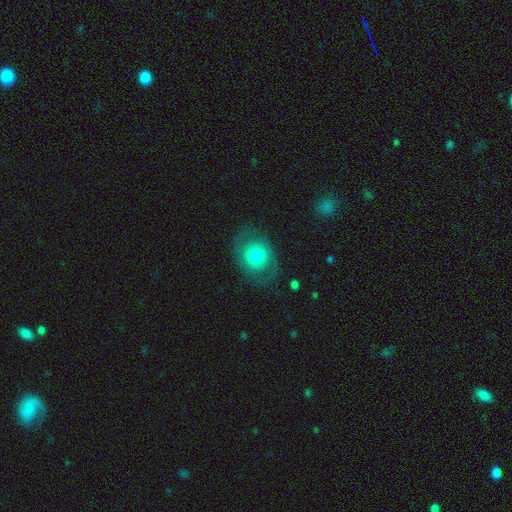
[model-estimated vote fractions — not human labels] Smooth or featured: featured or disk — 55% (smooth — 37%)
Edge-on disk: no — 96% (yes — 4%)
Bar: no — 81% (weak — 16%)
Spiral arms: yes — 68% (no — 32%)
Bulge size: moderate — 57% (small — 27%)
Merging: none — 76% (minor disturbance — 14%)